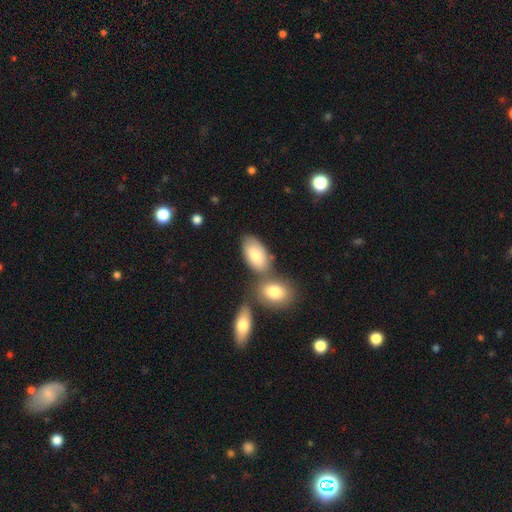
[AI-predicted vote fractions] Overall: smooth (79%). How rounded: in between (94%). Merging: none (56%; merger 25%).